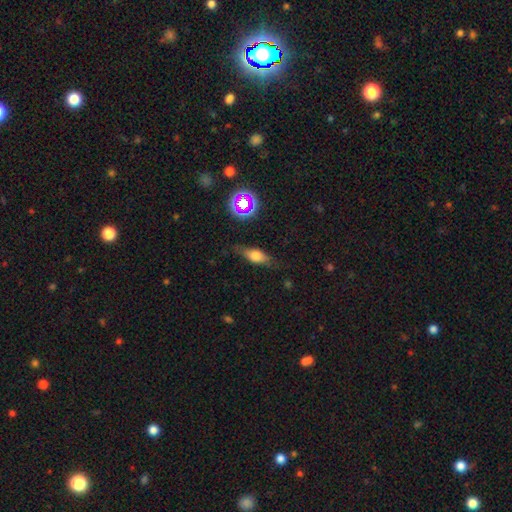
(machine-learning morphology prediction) type=smooth (54%); roundness=in between (63%); merging=none (71%).